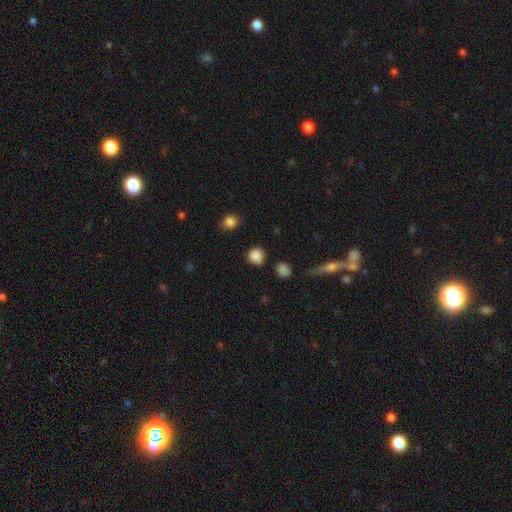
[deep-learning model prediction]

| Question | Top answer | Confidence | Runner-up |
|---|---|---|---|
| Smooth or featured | smooth | 85% | star or artifact (12%) |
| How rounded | round | 88% | in between (11%) |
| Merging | none | 77% | minor disturbance (14%) |